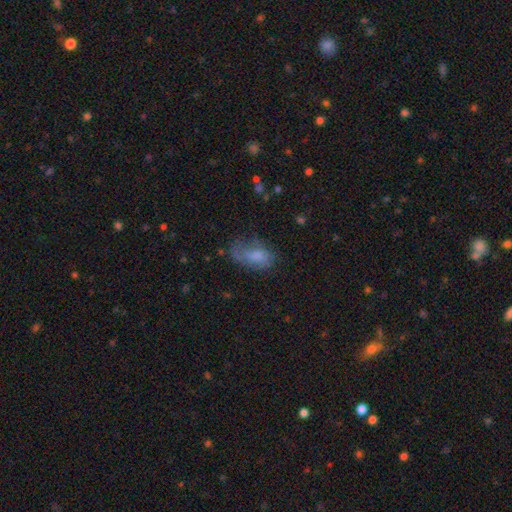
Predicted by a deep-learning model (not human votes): A smooth galaxy with no disk features (59%) that is in between round and cigar-shaped (90%). Merging: none (43%).